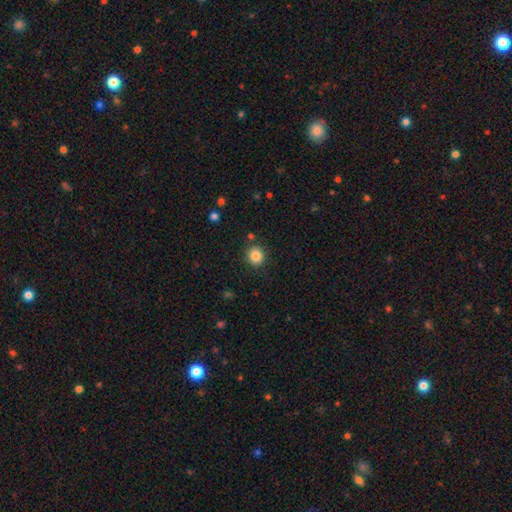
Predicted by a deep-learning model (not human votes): smooth 85%, star or artifact 11%, featured or disk 5%. Down the decision tree: how rounded — round (85%); merging — none (87%).